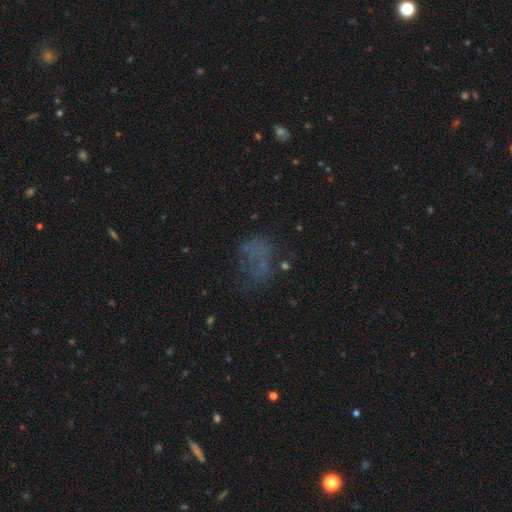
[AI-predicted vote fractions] smooth-or-featured: smooth: 39% | star or artifact: 36% | featured or disk: 25%
  merging: none: 49% | major disturbance: 28% | minor disturbance: 18% | merger: 6%